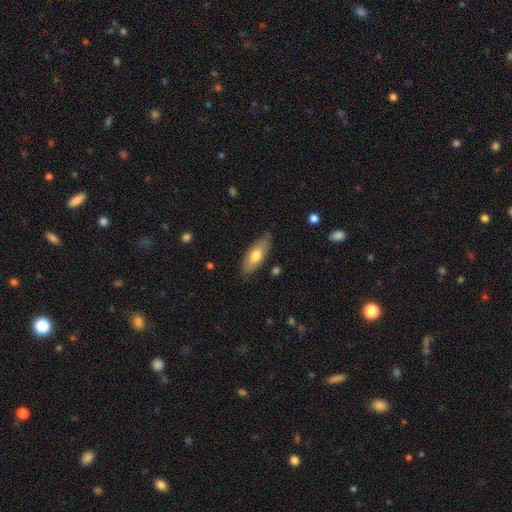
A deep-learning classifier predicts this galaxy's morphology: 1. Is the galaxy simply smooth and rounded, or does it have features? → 67% smooth, 27% featured or disk, 6% star or artifact.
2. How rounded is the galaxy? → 77% in between, 21% cigar-shaped, 2% round.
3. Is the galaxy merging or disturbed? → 78% none, 18% minor disturbance, 3% major disturbance, 1% merger.